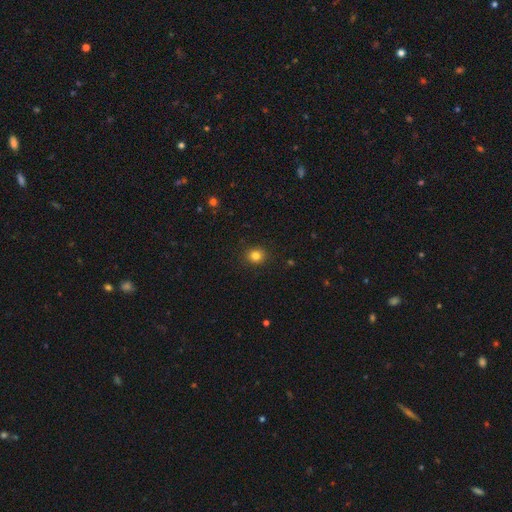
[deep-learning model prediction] Smooth or featured?
  - smooth: 83% *
  - star or artifact: 12%
  - featured or disk: 5%
How rounded?
  - round: 80% *
  - in between: 19%
  - cigar-shaped: 1%
Merging?
  - none: 91% *
  - minor disturbance: 6%
  - major disturbance: 2%
  - merger: 1%